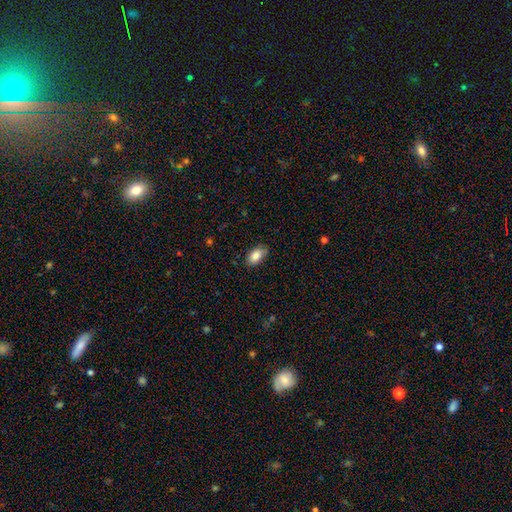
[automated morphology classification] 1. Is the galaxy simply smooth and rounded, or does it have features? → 84% smooth, 9% featured or disk, 7% star or artifact.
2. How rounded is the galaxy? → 93% in between, 5% round, 2% cigar-shaped.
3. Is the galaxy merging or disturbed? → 81% none, 15% minor disturbance, 3% major disturbance, 1% merger.